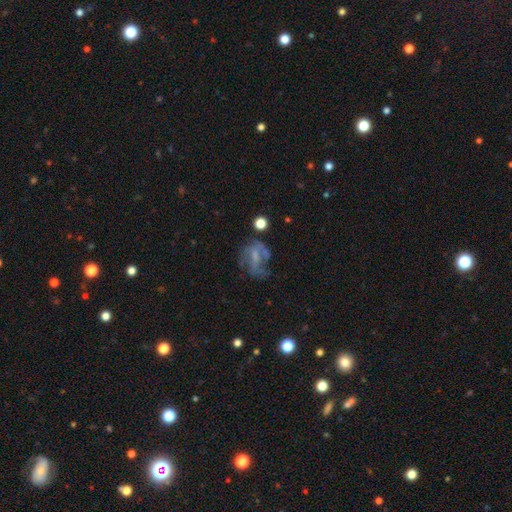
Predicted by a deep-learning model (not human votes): featured or disk 56%, smooth 29%, star or artifact 15%. Down the decision tree: edge-on disk — no (96%); bar — no (51%); spiral arms — no (55%); bulge size — none (39%); merging — none (40%).